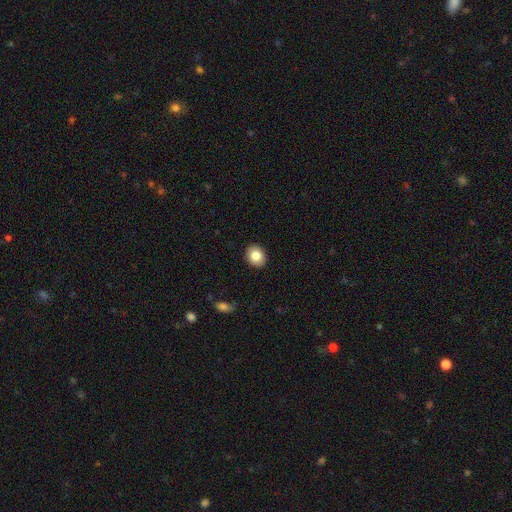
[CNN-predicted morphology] This appears to be a smooth galaxy with no disk features (83%) that is round (53%). Merging: none (91%).